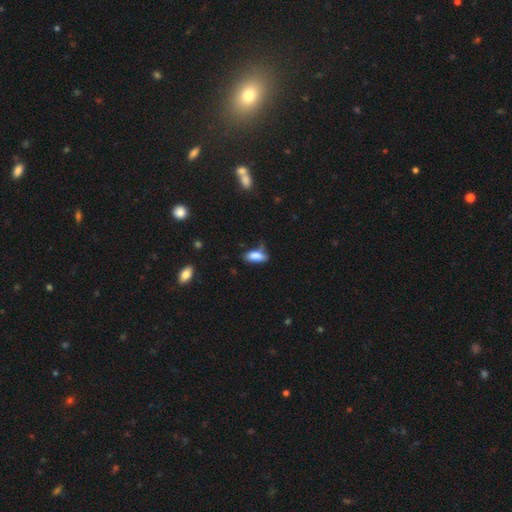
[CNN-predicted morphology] Smooth or featured: smooth — 83% (featured or disk — 9%)
How rounded: in between — 80% (cigar-shaped — 18%)
Merging: none — 52% (minor disturbance — 31%)